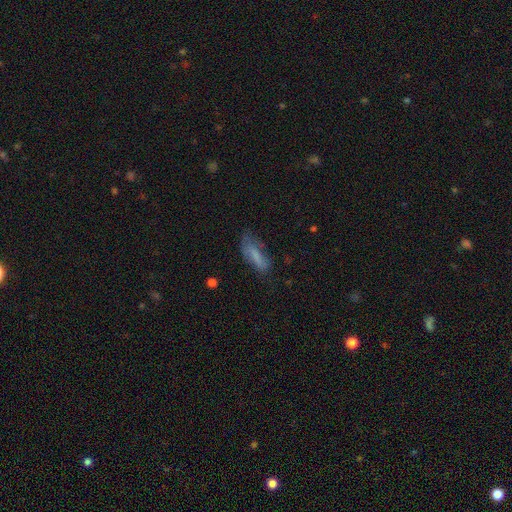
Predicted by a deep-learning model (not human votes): Smooth or featured: smooth — 66% (featured or disk — 25%)
How rounded: in between — 59% (cigar-shaped — 39%)
Merging: none — 49% (minor disturbance — 31%)